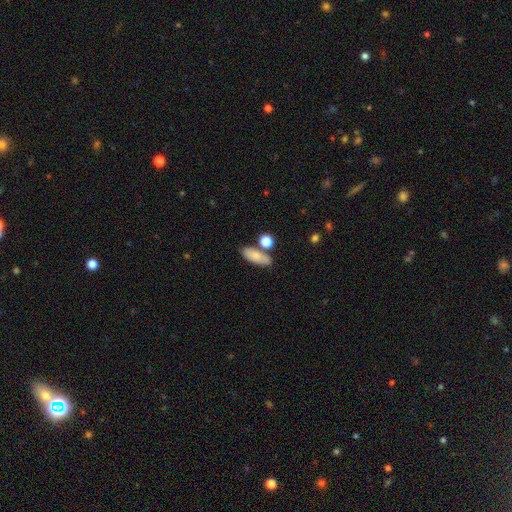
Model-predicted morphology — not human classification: Q: Smooth or featured?
A: smooth (79%); runner-up: featured or disk (13%)
Q: How rounded?
A: in between (73%); runner-up: cigar-shaped (19%)
Q: Merging?
A: none (66%); runner-up: minor disturbance (15%)